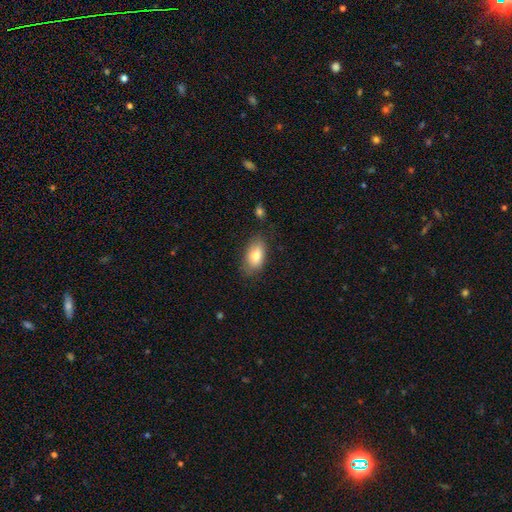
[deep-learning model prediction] This is likely a smooth galaxy (79%). How rounded: clearly in between (91%). Merging: likely none (74%).